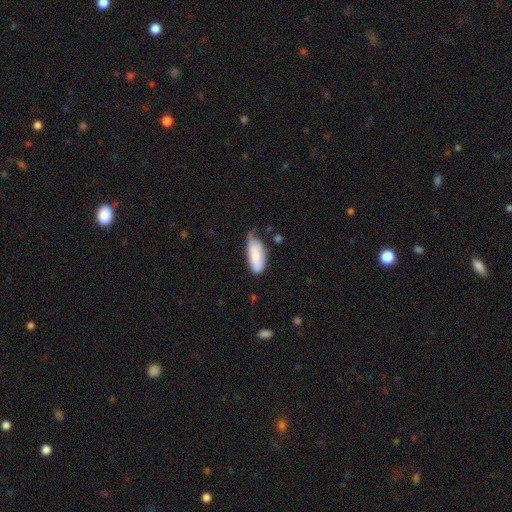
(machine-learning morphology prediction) Overall: smooth (77%). How rounded: in between (85%). Merging: minor disturbance (48%; none 32%).